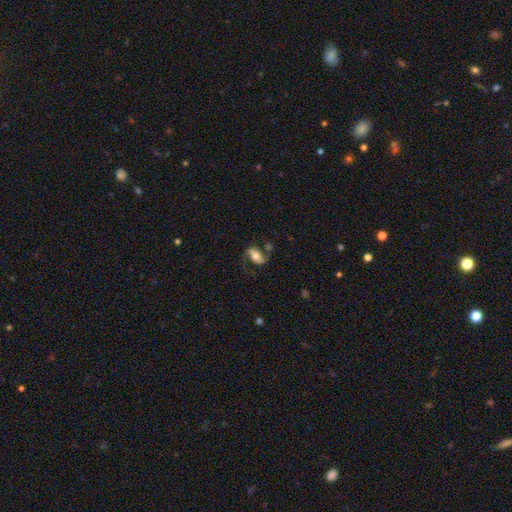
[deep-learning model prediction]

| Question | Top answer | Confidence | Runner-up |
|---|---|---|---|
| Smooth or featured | featured or disk | 58% | smooth (34%) |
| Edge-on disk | no | 93% | yes (7%) |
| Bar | no | 45% | weak (29%) |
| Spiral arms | yes | 87% | no (13%) |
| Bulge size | moderate | 54% | large (21%) |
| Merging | none | 55% | minor disturbance (21%) |